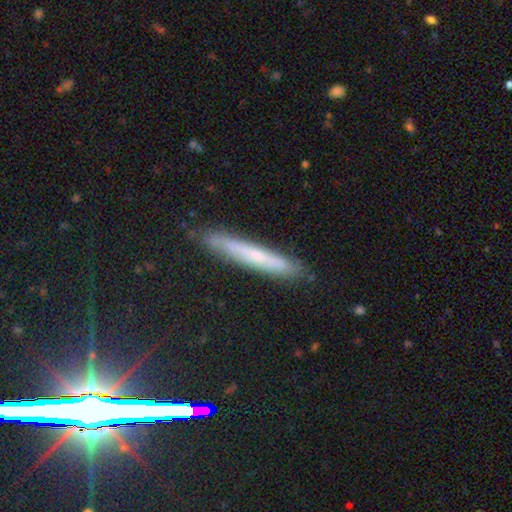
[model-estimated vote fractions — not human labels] Smooth or featured? smooth (45%, tied with featured or disk)
Merging? none (86%)